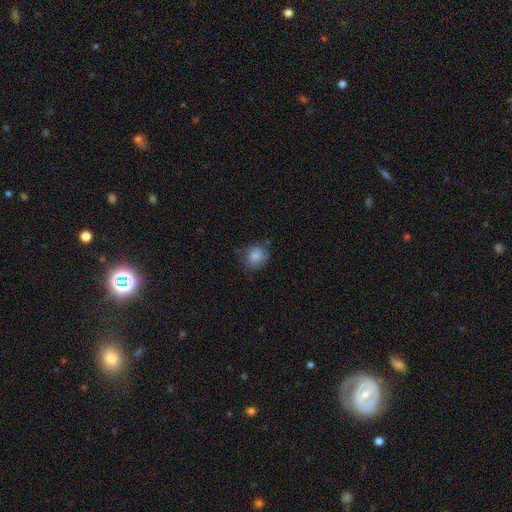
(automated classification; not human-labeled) Overall: smooth (84%). How rounded: round (79%). Merging: none (70%).